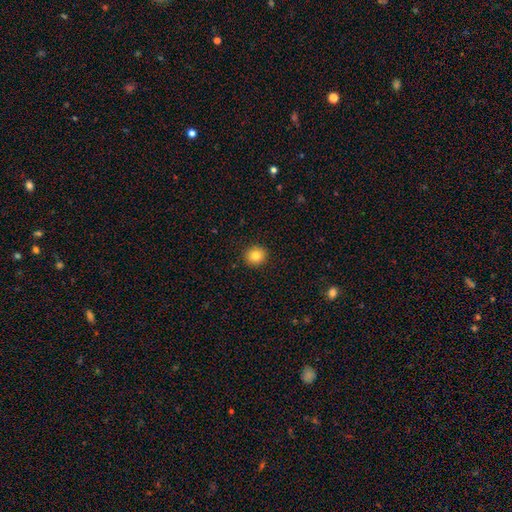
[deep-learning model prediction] Overall: smooth (81%). How rounded: round (89%). Merging: none (92%).